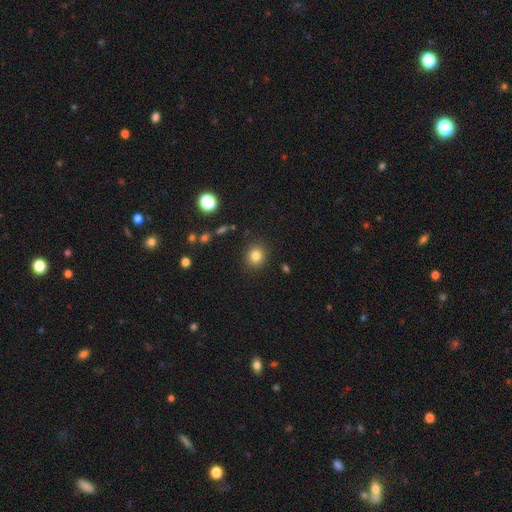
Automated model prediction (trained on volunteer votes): A smooth galaxy with no disk features (82%) that is round (85%).

Vote fractions:
- Smooth or featured? smooth: 82% / star or artifact: 12% / featured or disk: 6%
- How rounded? round: 85% / in between: 14% / cigar-shaped: 1%
- Merging? none: 89% / minor disturbance: 7% / major disturbance: 2% / merger: 2%